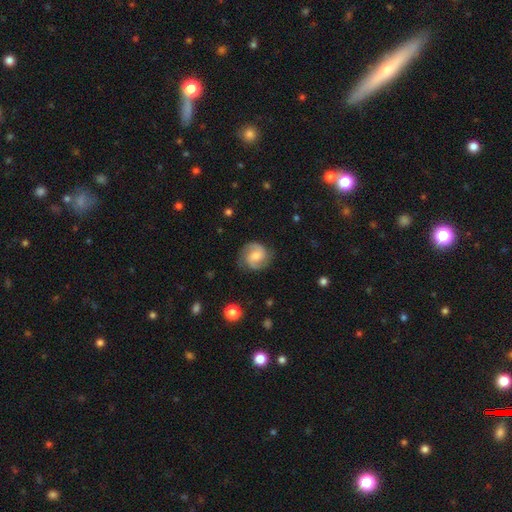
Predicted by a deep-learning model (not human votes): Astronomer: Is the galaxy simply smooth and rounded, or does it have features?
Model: featured or disk — 77%.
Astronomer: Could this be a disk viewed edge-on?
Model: no — 98%.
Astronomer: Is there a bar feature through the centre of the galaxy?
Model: no — 46% (runner-up: weak, 44%).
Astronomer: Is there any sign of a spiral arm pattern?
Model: yes — 96%.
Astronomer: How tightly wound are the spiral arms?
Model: medium — 51% (runner-up: tight, 29%).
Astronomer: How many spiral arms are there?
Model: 2 — 90%.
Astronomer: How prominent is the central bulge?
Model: moderate — 50% (runner-up: small, 33%).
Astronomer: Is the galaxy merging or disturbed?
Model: none — 82%.